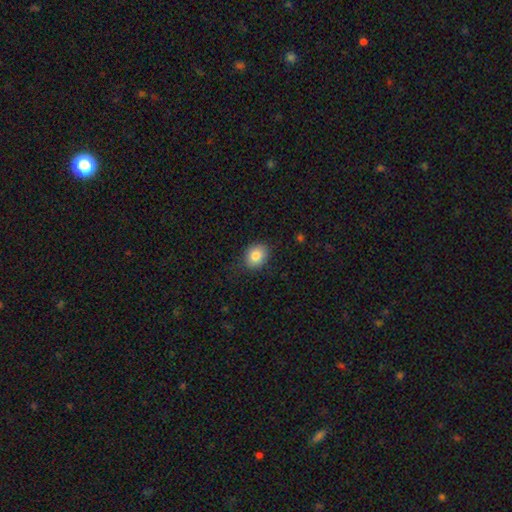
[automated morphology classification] Smooth or featured: smooth — 85% (star or artifact — 9%)
How rounded: round — 53% (in between — 46%)
Merging: none — 80% (minor disturbance — 15%)